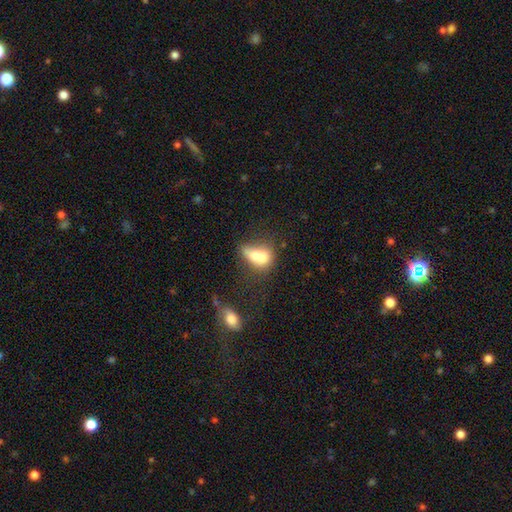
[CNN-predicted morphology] A smooth galaxy with no disk features (65%) that is in between round and cigar-shaped (76%). Merging: merger (44%).